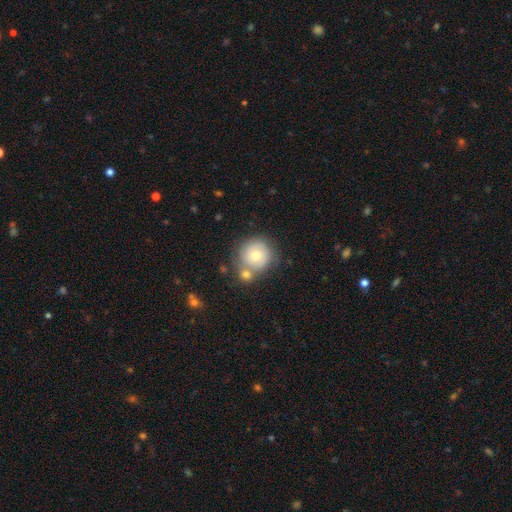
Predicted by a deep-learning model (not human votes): This appears to be a smooth galaxy with no disk features (64%) that is round (92%). Merging: none (53%).